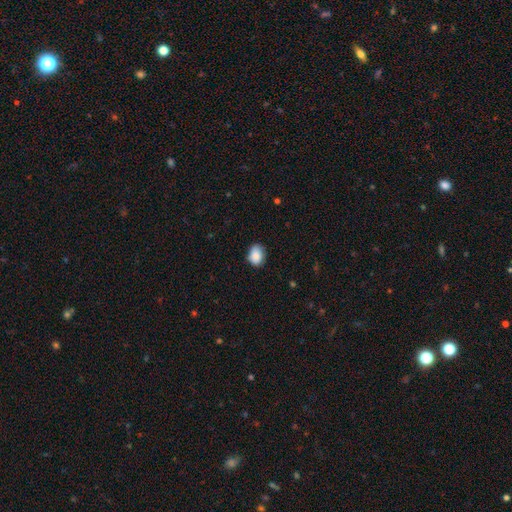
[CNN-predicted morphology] Smooth or featured? Predicted: smooth (p=0.88). How rounded? Predicted: in between (p=0.66). Merging? Predicted: none (p=0.78).